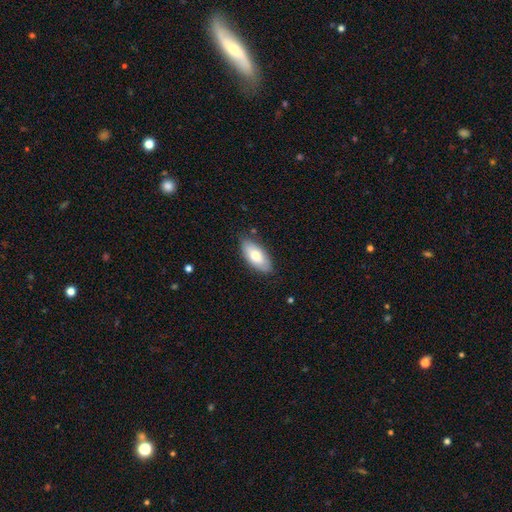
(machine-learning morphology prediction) Smooth or featured? smooth (69%)
How rounded? in between (91%)
Merging? none (83%)